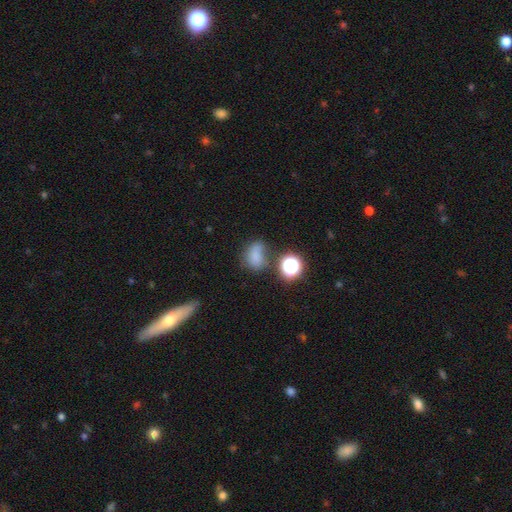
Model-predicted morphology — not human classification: Smooth or featured?
  - smooth: 69% *
  - star or artifact: 19%
  - featured or disk: 12%
How rounded?
  - in between: 63% *
  - round: 34%
  - cigar-shaped: 2%
Merging?
  - none: 43% *
  - minor disturbance: 26%
  - major disturbance: 16%
  - merger: 15%